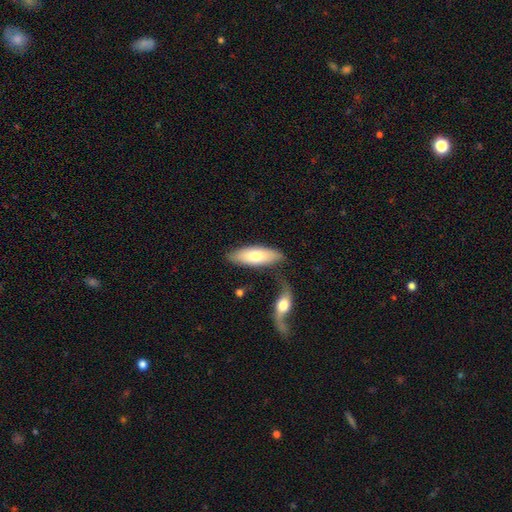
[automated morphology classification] The model was most divided on "how rounded": in between: 64%, cigar-shaped: 34%, round: 2%. More confident: merging — none (69%); smooth or featured — smooth (68%).